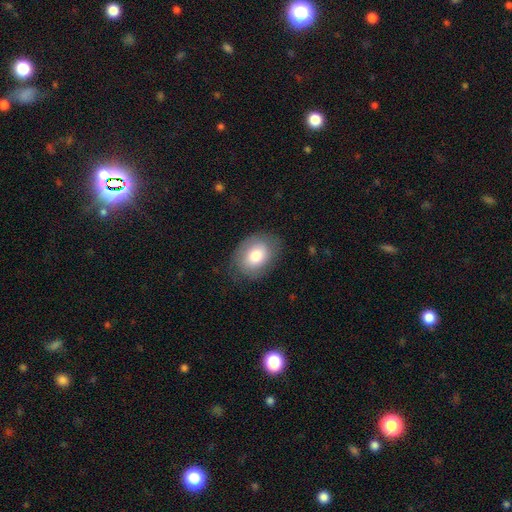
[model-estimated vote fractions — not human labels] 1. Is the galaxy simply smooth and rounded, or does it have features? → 71% smooth, 21% featured or disk, 7% star or artifact.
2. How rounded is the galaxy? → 69% in between, 30% round, 1% cigar-shaped.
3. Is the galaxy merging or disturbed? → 76% none, 17% minor disturbance, 6% major disturbance, 1% merger.